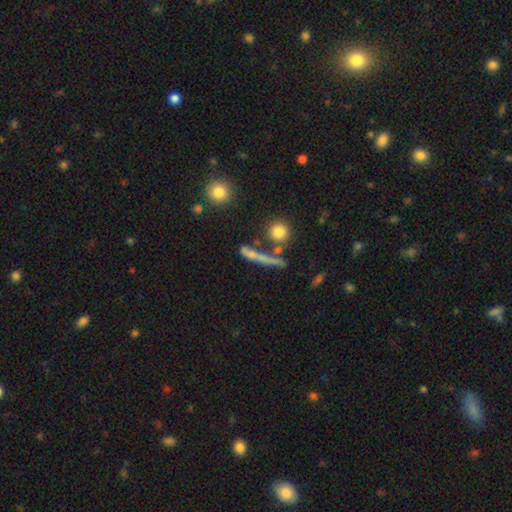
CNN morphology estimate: Smooth or featured: smooth — 48% (featured or disk — 37%)
Merging: none — 61% (merger — 17%)